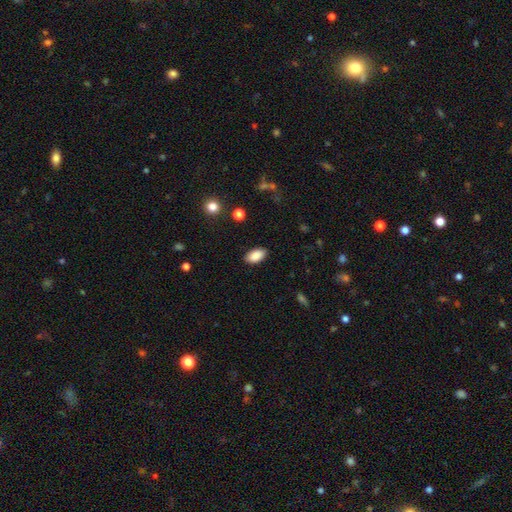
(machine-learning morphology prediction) smooth_or_featured: smooth (p=0.89) [alt: star or artifact p=0.07]
how_rounded: in between (p=0.94) [alt: round p=0.03]
merging: none (p=0.88) [alt: minor disturbance p=0.09]